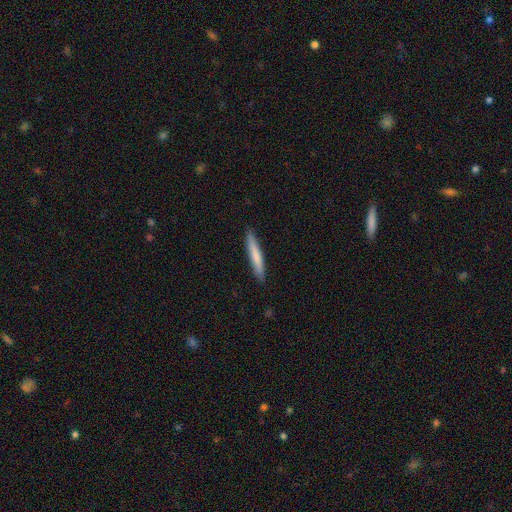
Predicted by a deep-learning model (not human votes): Smooth or featured? Predicted: smooth (p=0.74). How rounded? Predicted: cigar-shaped (p=0.95). Merging? Predicted: none (p=0.91).